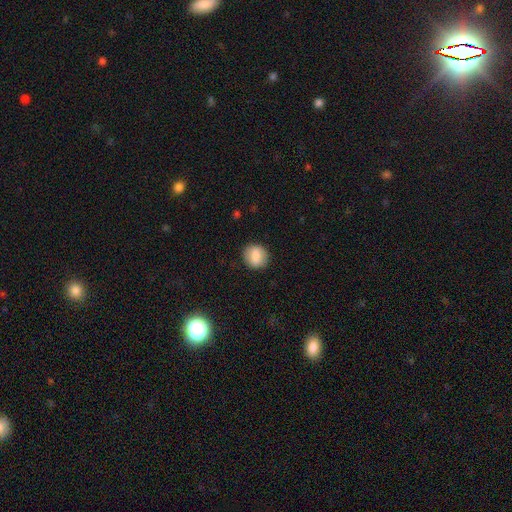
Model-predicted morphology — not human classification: Smooth or featured? smooth (83%)
How rounded? round (73%)
Merging? none (86%)